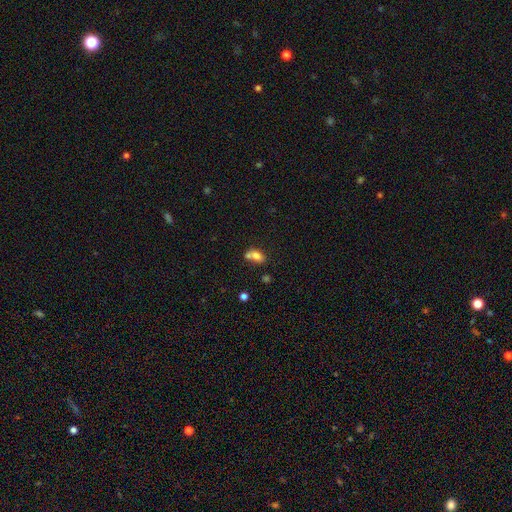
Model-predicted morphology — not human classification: Smooth or featured: smooth — 74% (featured or disk — 15%)
How rounded: in between — 79% (round — 17%)
Merging: merger — 48% (none — 34%)